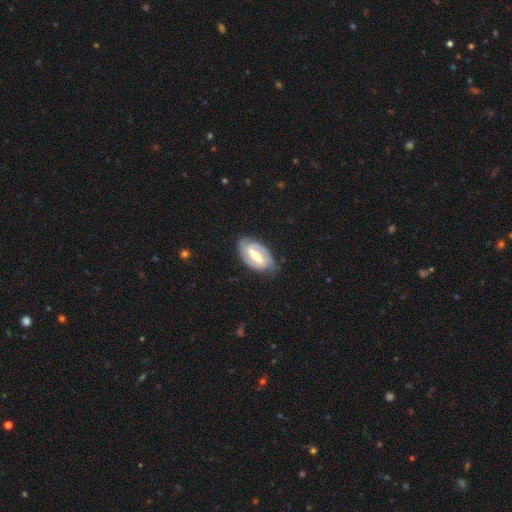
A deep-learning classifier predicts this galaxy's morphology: This is clearly a featured or disk galaxy (82%). It is clearly not viewed edge-on (96%). Bar: possibly strong (59%). Spiral arm pattern: clearly yes (91%). Spiral arm count: clearly 2 (85%). Spiral winding: possibly tight (53%). Central bulge: possibly moderate (56%). Merging: likely none (78%).